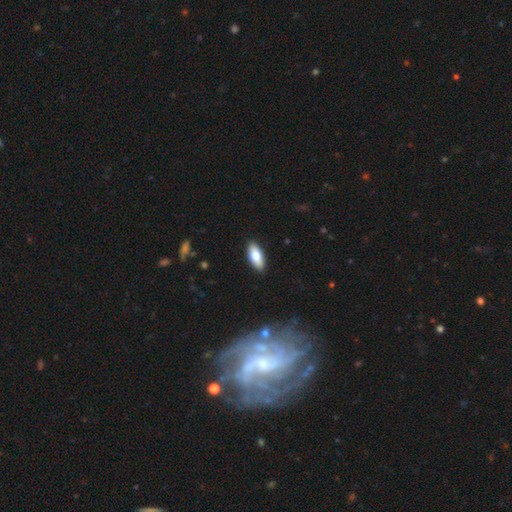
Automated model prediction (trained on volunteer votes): smooth_or_featured: smooth (p=0.77) [alt: featured or disk p=0.18]
how_rounded: in between (p=0.83) [alt: cigar-shaped p=0.15]
merging: none (p=0.90) [alt: minor disturbance p=0.08]